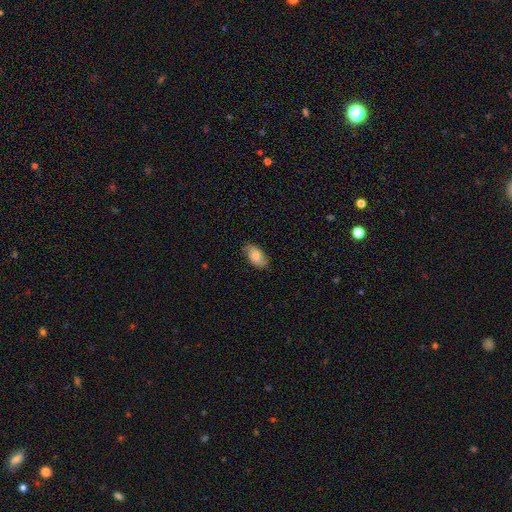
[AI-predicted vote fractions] A smooth galaxy with no disk features (72%) that is in between round and cigar-shaped (93%). Merging: none (76%).